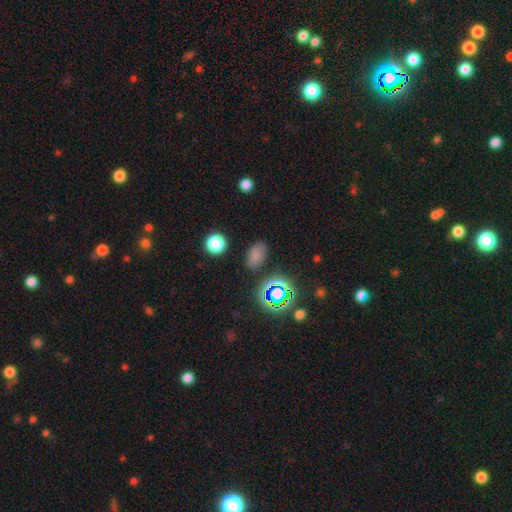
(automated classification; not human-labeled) smooth-or-featured: smooth: 67% | star or artifact: 22% | featured or disk: 11%
  how-rounded: in between: 86% | round: 12% | cigar-shaped: 2%
  merging: none: 79% | minor disturbance: 14% | major disturbance: 5% | merger: 3%